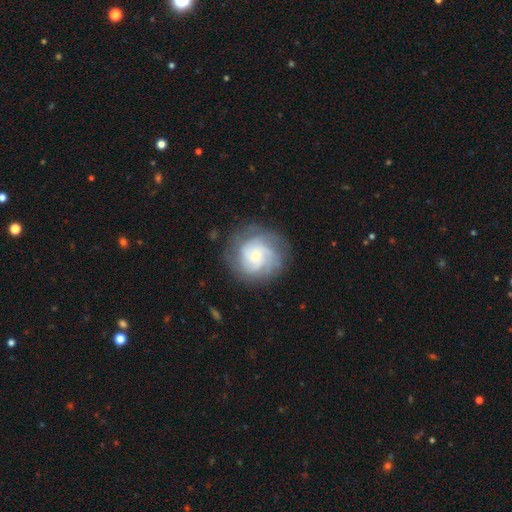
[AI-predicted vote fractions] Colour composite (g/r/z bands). It shows a featured or disk galaxy (77%) with no bar (73%), tight (61%) spiral arms (94%) and a small central bulge (65%). Merging: none (77%).